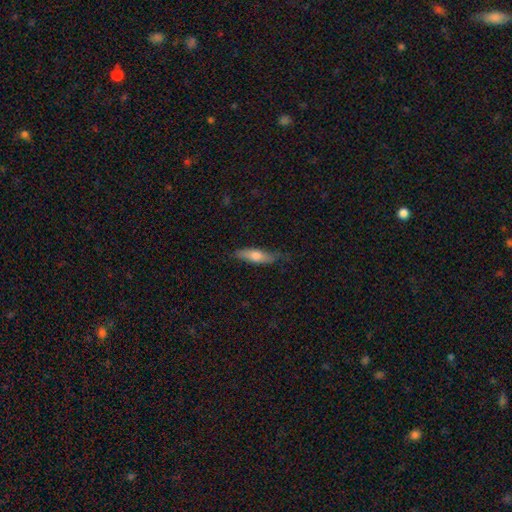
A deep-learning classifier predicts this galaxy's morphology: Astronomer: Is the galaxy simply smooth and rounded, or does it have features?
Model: smooth — 64%.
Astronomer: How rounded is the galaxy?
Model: cigar-shaped — 56% (runner-up: in between, 42%).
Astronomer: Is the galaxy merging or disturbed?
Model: none — 74%.